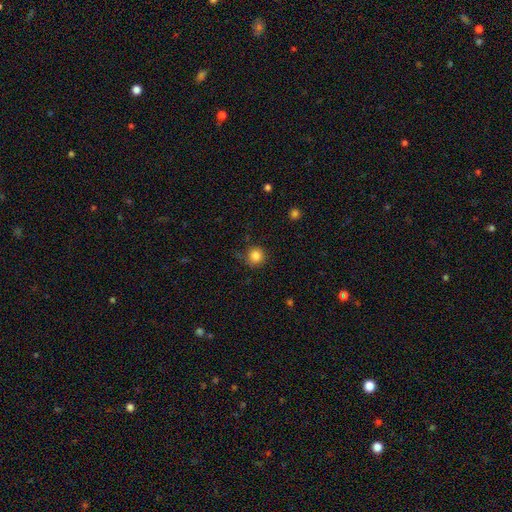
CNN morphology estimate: A smooth galaxy with no disk features (83%) that is round (94%). Merging: none (77%).